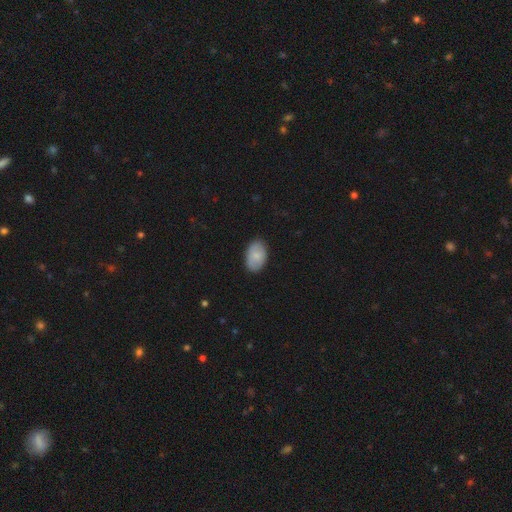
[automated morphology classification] smooth-or-featured: smooth: 80% | featured or disk: 14% | star or artifact: 6%
  how-rounded: in between: 91% | round: 8% | cigar-shaped: 1%
  merging: none: 86% | minor disturbance: 11% | major disturbance: 2% | merger: 1%